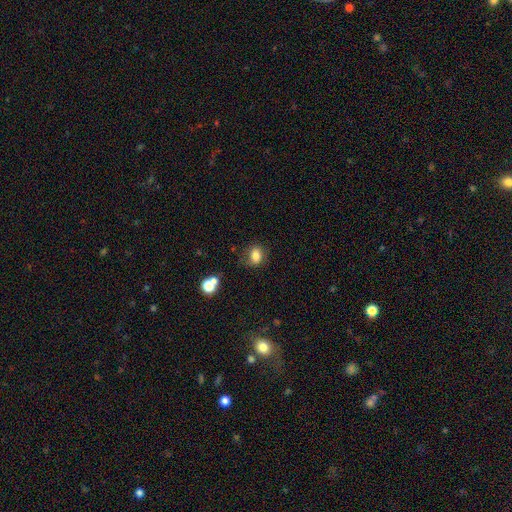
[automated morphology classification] A smooth galaxy with no disk features (79%) that is in between round and cigar-shaped (56%). Merging: none (70%).